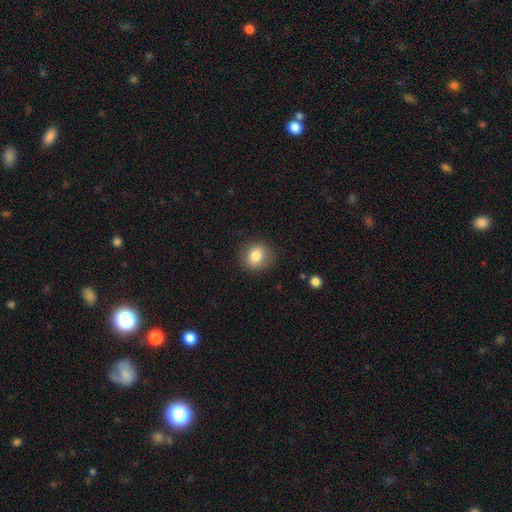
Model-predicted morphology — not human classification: Smooth or featured: smooth — 81% (featured or disk — 9%)
How rounded: round — 79% (in between — 20%)
Merging: none — 85% (minor disturbance — 11%)